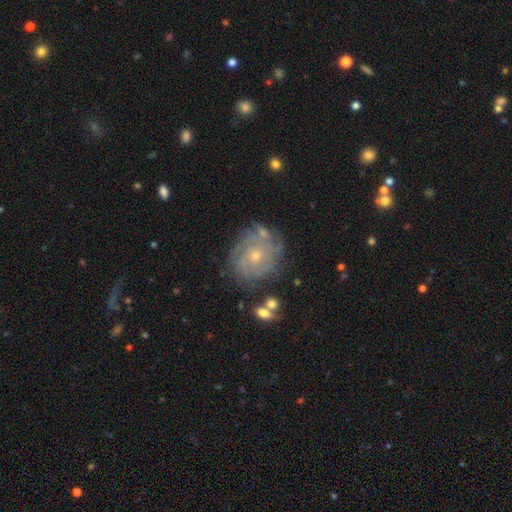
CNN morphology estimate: smooth_or_featured: featured or disk (p=0.79) [alt: smooth p=0.14]
disk_edge_on: no (p=0.97) [alt: yes p=0.03]
bar: no (p=0.79) [alt: weak p=0.18]
has_spiral_arms: yes (p=0.91) [alt: no p=0.09]
spiral_winding: tight (p=0.74) [alt: medium p=0.20]
spiral_arm_count: can't tell (p=0.42) [alt: 3 p=0.18]
bulge_size: small (p=0.60) [alt: moderate p=0.37]
merging: none (p=0.72) [alt: minor disturbance p=0.17]